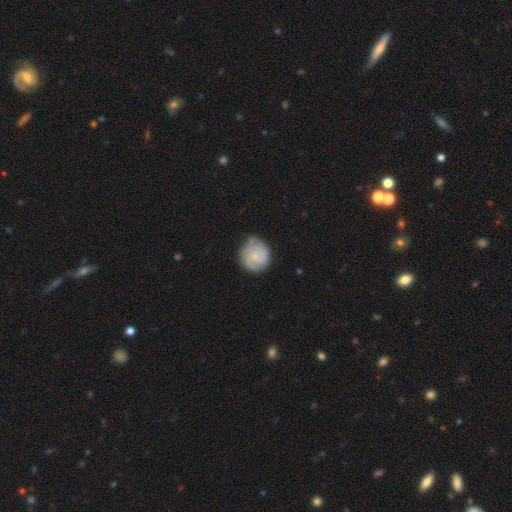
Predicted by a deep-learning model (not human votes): Overall: featured or disk (57%; smooth 37%). Edge-on disk: no (98%). Bar: no (70%). Spiral arms: yes (88%). Bulge size: small (65%). Merging: none (70%).